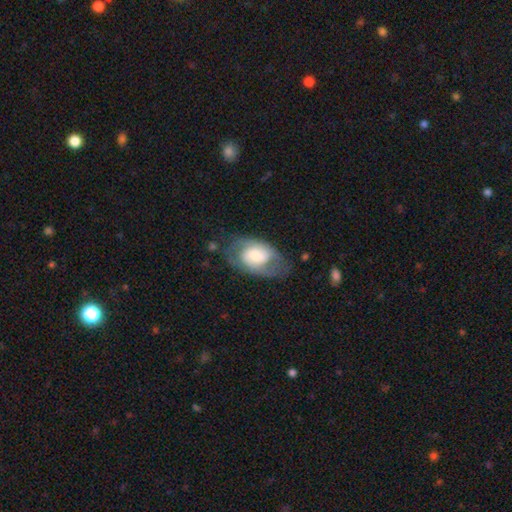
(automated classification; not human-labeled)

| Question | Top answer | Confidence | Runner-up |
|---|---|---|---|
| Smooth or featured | featured or disk | 54% | smooth (39%) |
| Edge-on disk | no | 94% | yes (6%) |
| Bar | no | 49% | weak (40%) |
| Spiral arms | yes | 72% | no (28%) |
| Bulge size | moderate | 38% | large (28%) |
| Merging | none | 57% | minor disturbance (25%) |